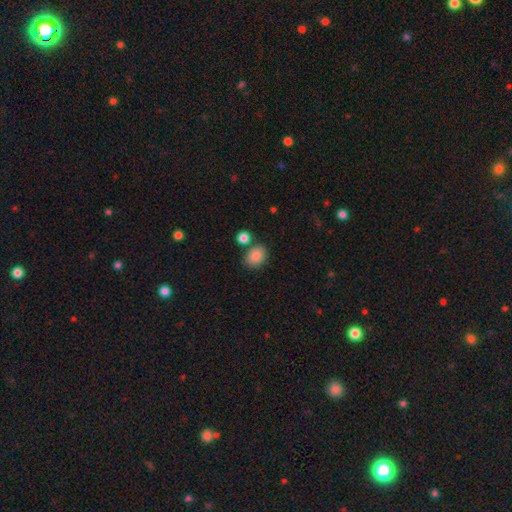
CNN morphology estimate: Smooth or featured?
  - smooth: 87% *
  - star or artifact: 9%
  - featured or disk: 4%
How rounded?
  - in between: 51% *
  - round: 48%
  - cigar-shaped: 1%
Merging?
  - none: 71% *
  - minor disturbance: 14%
  - merger: 12%
  - major disturbance: 4%